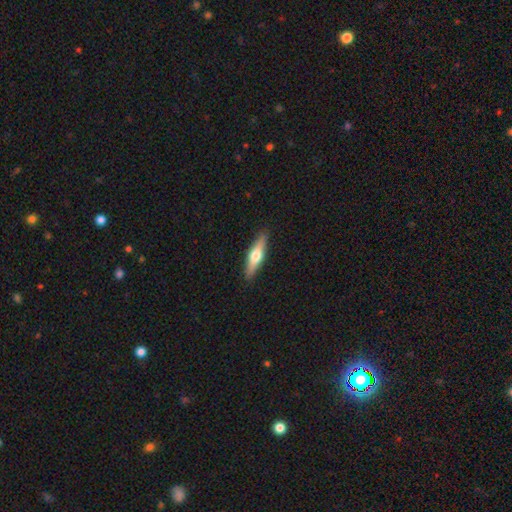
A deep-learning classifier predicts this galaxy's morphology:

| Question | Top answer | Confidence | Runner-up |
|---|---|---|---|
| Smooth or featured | featured or disk | 53% | smooth (41%) |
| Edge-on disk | yes | 94% | no (6%) |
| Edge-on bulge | rounded | 94% | boxy (4%) |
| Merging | none | 90% | minor disturbance (7%) |